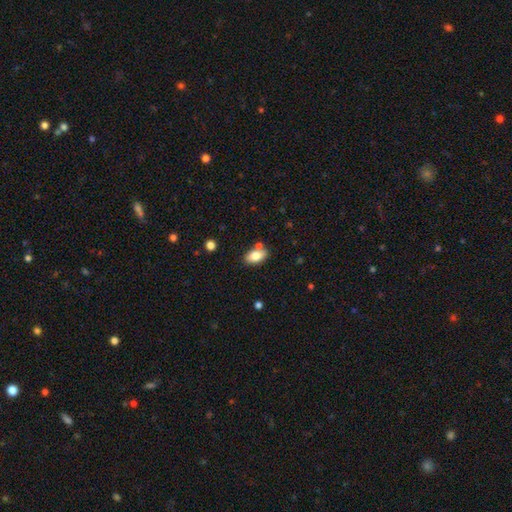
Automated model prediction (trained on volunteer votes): smooth_or_featured: smooth (p=0.79) [alt: featured or disk p=0.13]
how_rounded: in between (p=0.92) [alt: round p=0.05]
merging: none (p=0.74) [alt: minor disturbance p=0.12]